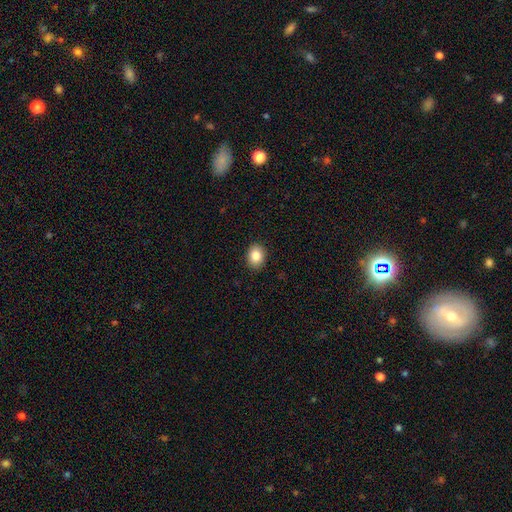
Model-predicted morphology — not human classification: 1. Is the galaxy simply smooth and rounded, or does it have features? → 84% smooth, 9% star or artifact, 7% featured or disk.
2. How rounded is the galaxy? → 52% round, 48% in between, 1% cigar-shaped.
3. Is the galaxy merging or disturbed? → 91% none, 7% minor disturbance, 2% major disturbance, 1% merger.